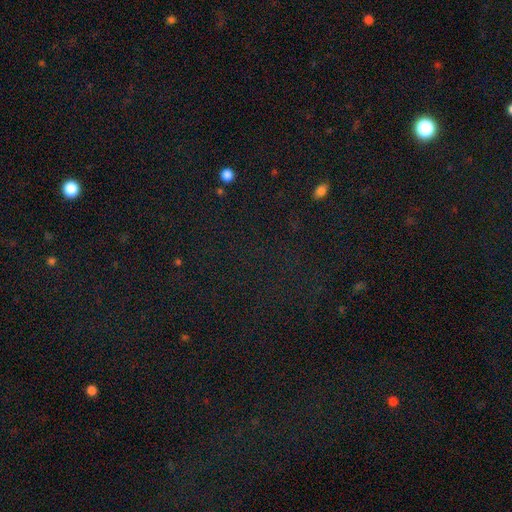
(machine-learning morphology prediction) smooth_or_featured: star or artifact (p=0.74) [alt: smooth p=0.17]